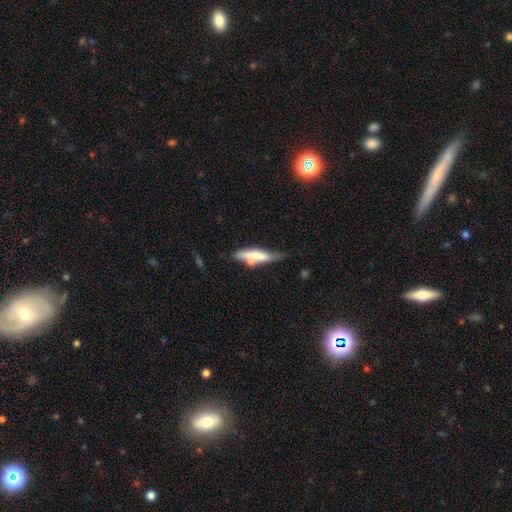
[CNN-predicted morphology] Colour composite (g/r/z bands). It shows a smooth galaxy with no disk features (64%) that is cigar-shaped (70%). Merging: none (42%).